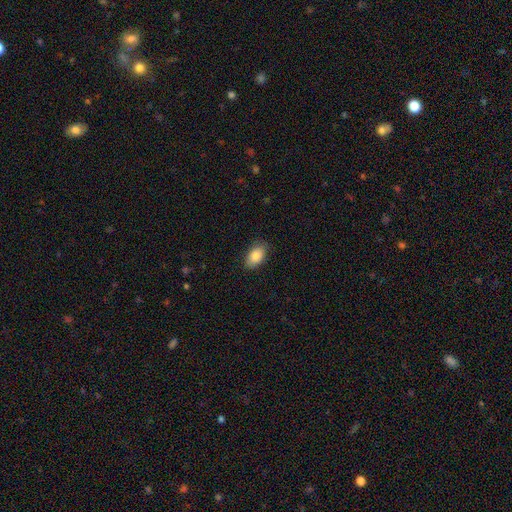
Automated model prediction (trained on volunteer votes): smooth-or-featured: smooth: 84% | featured or disk: 9% | star or artifact: 7%
  how-rounded: in between: 93% | round: 5% | cigar-shaped: 2%
  merging: none: 82% | minor disturbance: 14% | major disturbance: 3% | merger: 1%